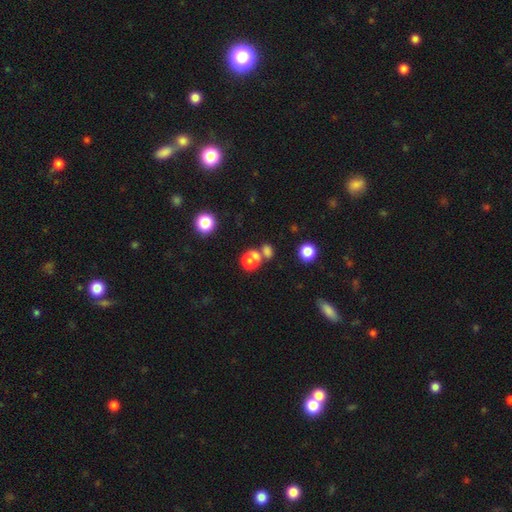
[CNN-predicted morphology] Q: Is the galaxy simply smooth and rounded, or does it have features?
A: smooth — 70%.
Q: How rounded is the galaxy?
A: round — 72%.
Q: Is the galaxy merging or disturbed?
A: merger — 48%.